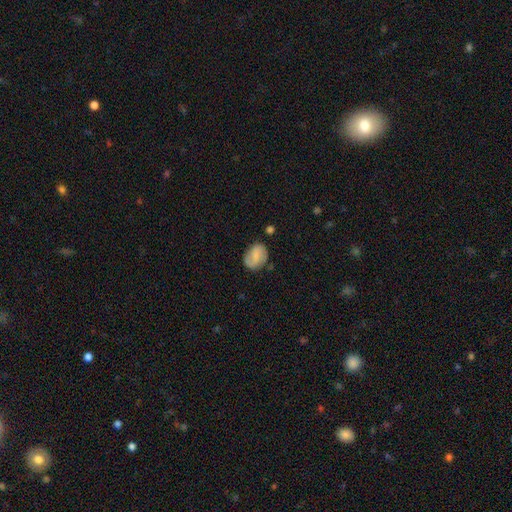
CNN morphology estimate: The model was most divided on "smooth or featured": smooth: 56%, featured or disk: 36%, star or artifact: 8%. More confident: merging — none (72%); how rounded — in between (69%).